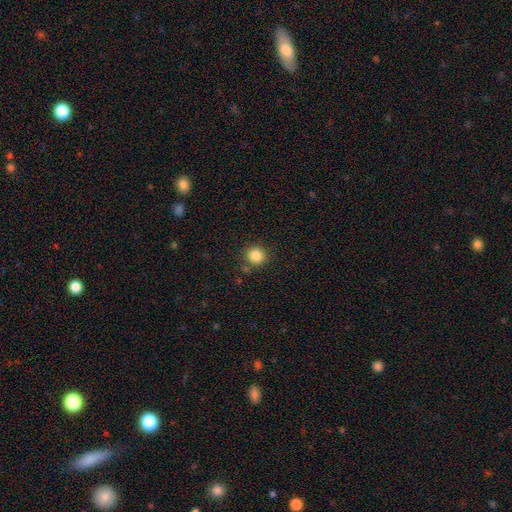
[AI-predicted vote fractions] This appears to be a smooth galaxy with no disk features (85%) that is round (89%). Merging: none (85%).